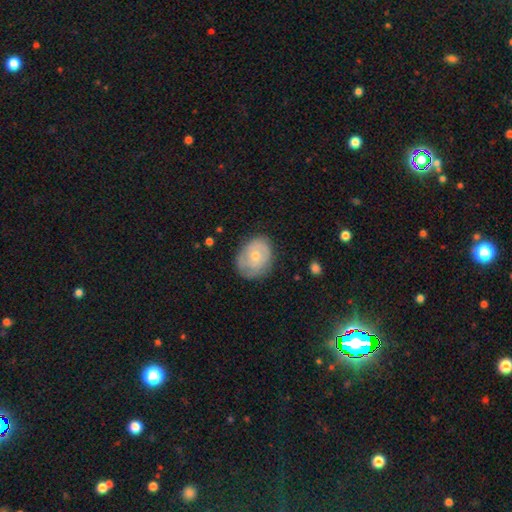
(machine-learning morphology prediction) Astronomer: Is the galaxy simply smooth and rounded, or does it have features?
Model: featured or disk — 48% (runner-up: smooth, 46%).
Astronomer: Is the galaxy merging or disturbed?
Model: none — 67%.